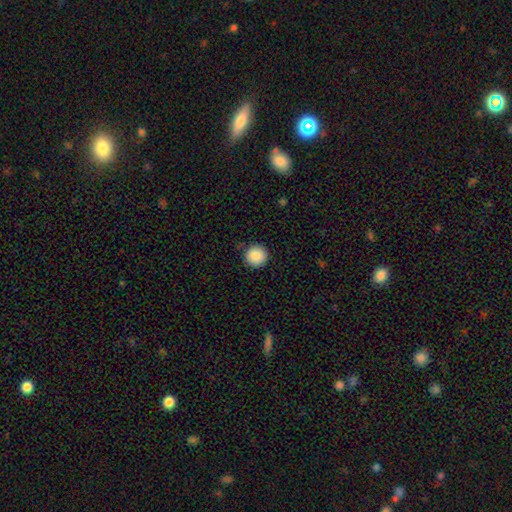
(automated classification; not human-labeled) Overall: smooth (88%). How rounded: round (96%). Merging: none (90%).